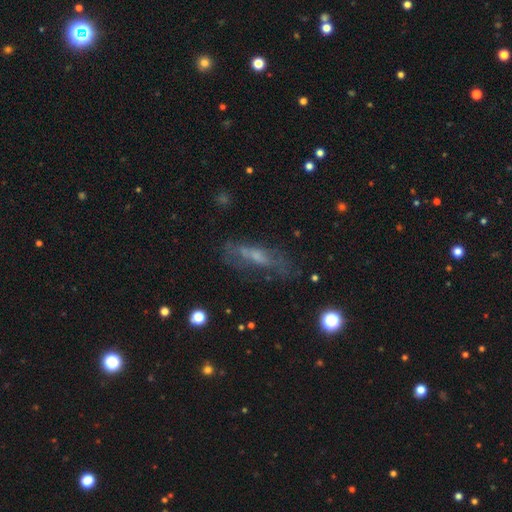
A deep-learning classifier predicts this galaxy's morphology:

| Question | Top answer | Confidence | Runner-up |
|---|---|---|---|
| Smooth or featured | featured or disk | 49% | smooth (37%) |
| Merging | none | 59% | minor disturbance (22%) |